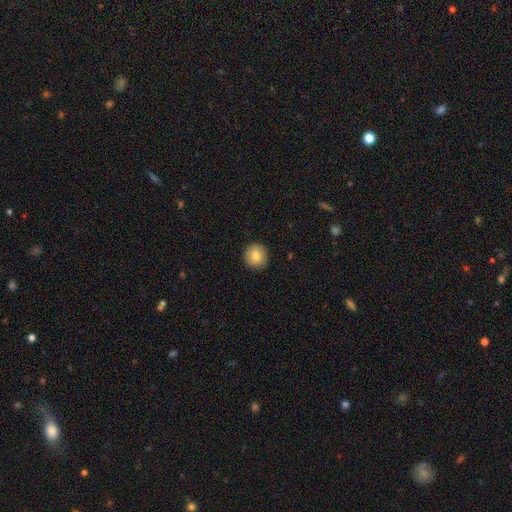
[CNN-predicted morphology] Q: Smooth or featured?
A: smooth (81%); runner-up: featured or disk (11%)
Q: How rounded?
A: round (92%); runner-up: in between (7%)
Q: Merging?
A: none (92%); runner-up: minor disturbance (6%)